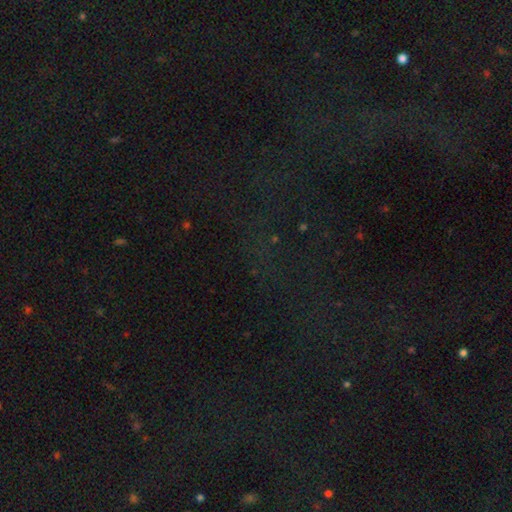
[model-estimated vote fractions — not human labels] Smooth or featured?
  - star or artifact: 75% *
  - smooth: 14%
  - featured or disk: 11%